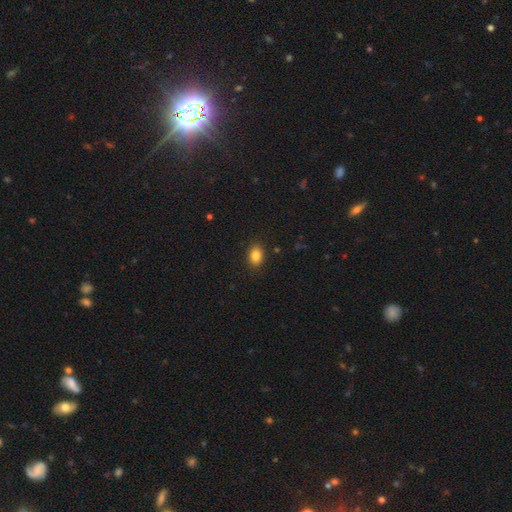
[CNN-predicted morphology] This is clearly a smooth galaxy (85%). How rounded: likely in between (76%). Merging: clearly none (88%).